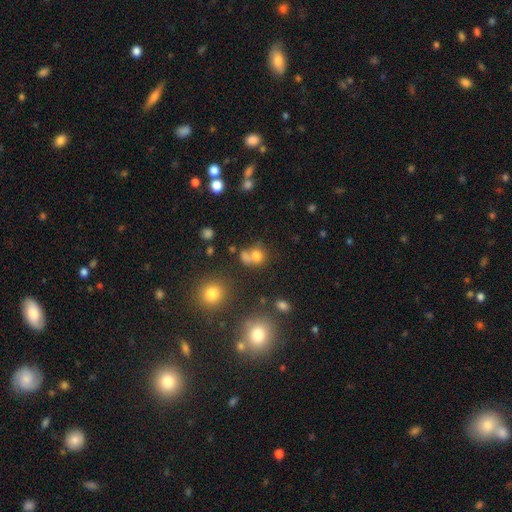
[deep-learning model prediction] Smooth or featured? Predicted: smooth (p=0.71). How rounded? Predicted: round (p=0.67). Merging? Predicted: merger (p=0.45).